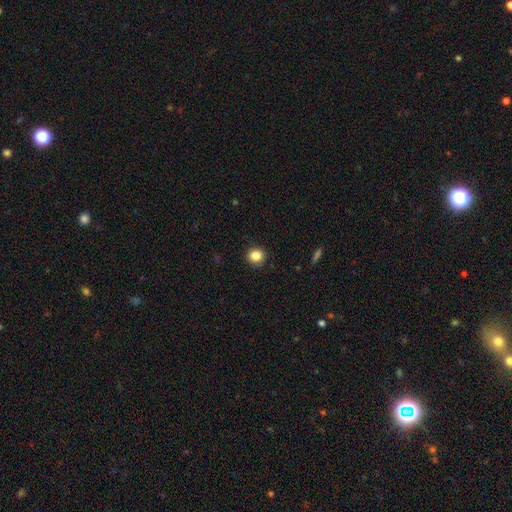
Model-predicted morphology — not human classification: Smooth or featured? smooth (85%)
How rounded? round (88%)
Merging? none (91%)